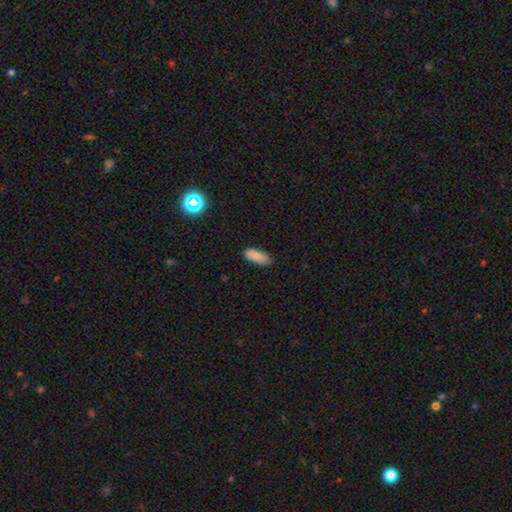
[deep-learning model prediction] A smooth galaxy with no disk features (87%) that is in between round and cigar-shaped (77%). Merging: none (83%).